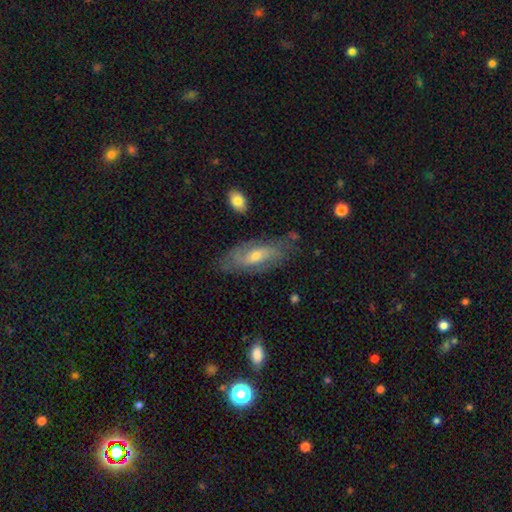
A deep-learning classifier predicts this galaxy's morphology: The model was most divided on "smooth or featured": featured or disk: 63%, smooth: 29%, star or artifact: 8%. More confident: edge-on disk — no (78%); merging — none (73%).